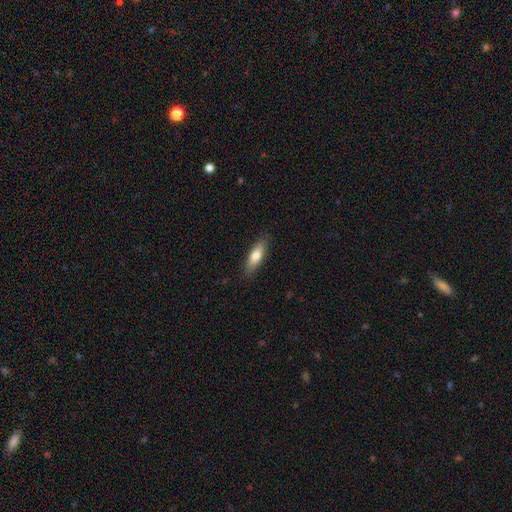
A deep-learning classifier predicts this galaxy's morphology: Smooth or featured?
  - smooth: 72% *
  - featured or disk: 22%
  - star or artifact: 6%
How rounded?
  - in between: 50% *
  - cigar-shaped: 48%
  - round: 2%
Merging?
  - none: 87% *
  - minor disturbance: 10%
  - major disturbance: 2%
  - merger: 1%